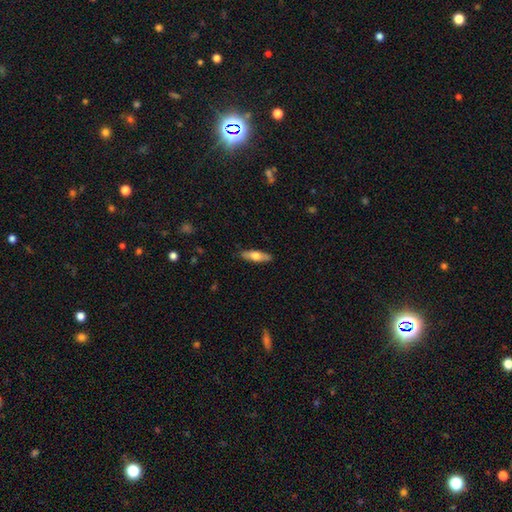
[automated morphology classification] Smooth or featured? Predicted: smooth (p=0.61). How rounded? Predicted: cigar-shaped (p=0.54). Merging? Predicted: none (p=0.87).